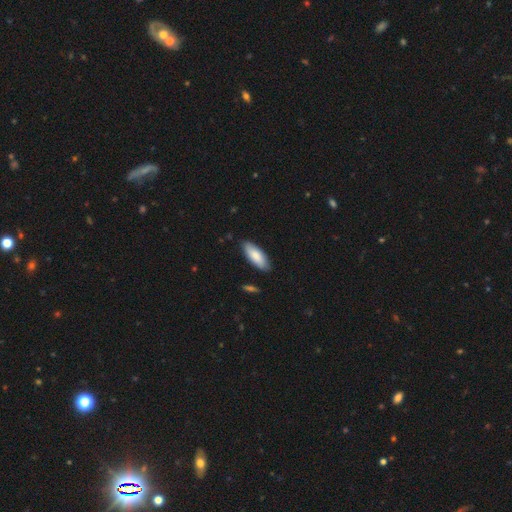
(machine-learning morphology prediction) Q: Smooth or featured?
A: smooth (83%); runner-up: featured or disk (11%)
Q: How rounded?
A: in between (72%); runner-up: cigar-shaped (27%)
Q: Merging?
A: none (86%); runner-up: minor disturbance (11%)